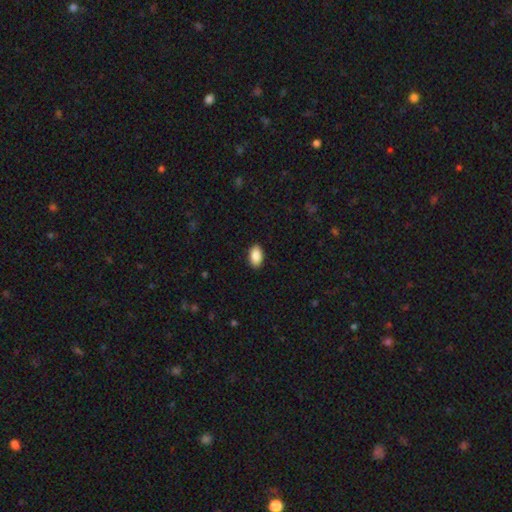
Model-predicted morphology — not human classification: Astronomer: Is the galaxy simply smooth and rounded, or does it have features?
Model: smooth — 90%.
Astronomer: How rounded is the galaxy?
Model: in between — 94%.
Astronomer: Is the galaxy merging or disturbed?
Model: none — 90%.